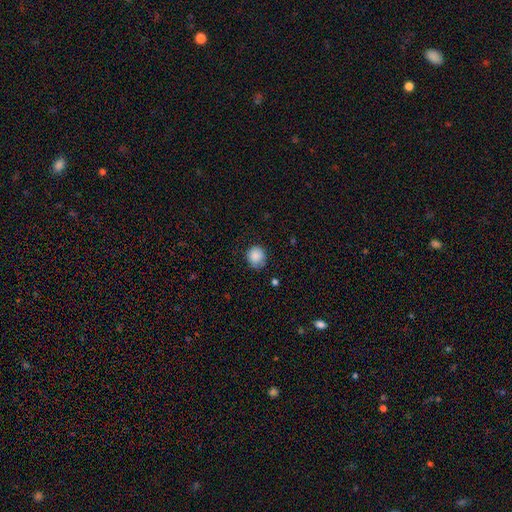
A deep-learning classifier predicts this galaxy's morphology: type=smooth (87%); roundness=round (84%); merging=none (69%).